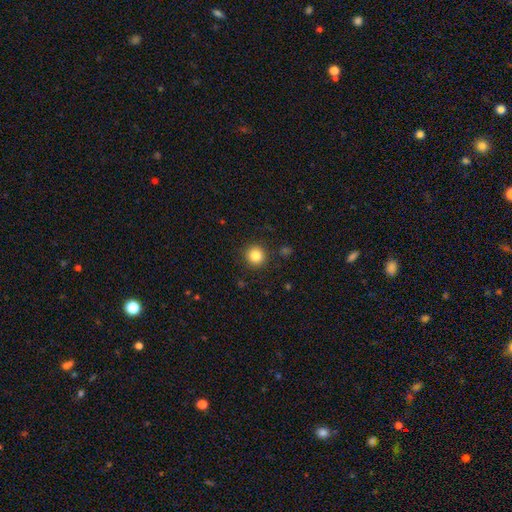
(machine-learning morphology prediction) Smooth or featured? Predicted: smooth (p=0.83). How rounded? Predicted: round (p=0.94). Merging? Predicted: none (p=0.90).